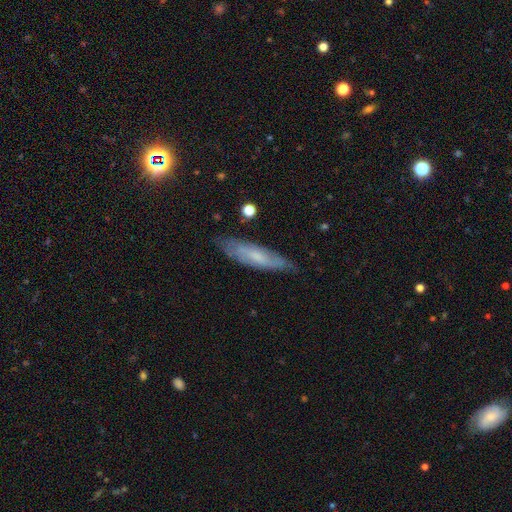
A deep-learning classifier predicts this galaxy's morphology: Overall: featured or disk (46%; smooth 45%). Merging: none (76%).